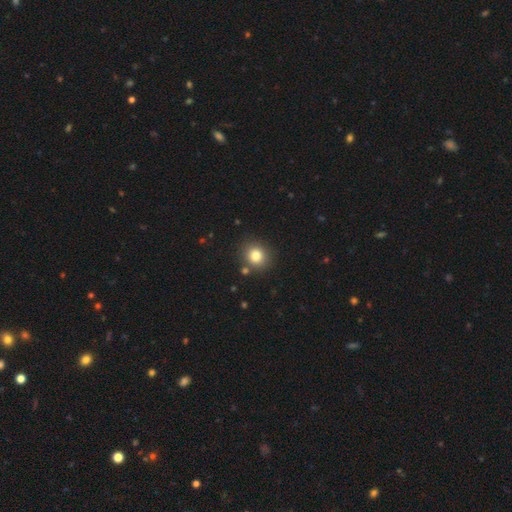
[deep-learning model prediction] smooth-or-featured: smooth: 81% | star or artifact: 12% | featured or disk: 7%
  how-rounded: round: 83% | in between: 16% | cigar-shaped: 1%
  merging: none: 84% | minor disturbance: 8% | merger: 5% | major disturbance: 3%